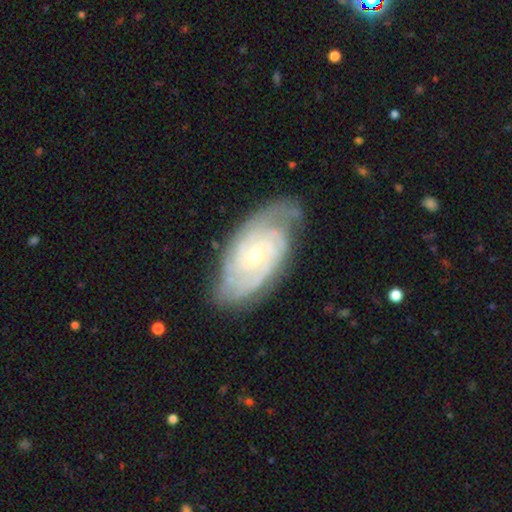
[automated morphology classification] A featured or disk galaxy (88%) with no bar (65%), 2 (27%) tight (74%) spiral arms (97%) and a small central bulge (60%). Merging: none (73%).